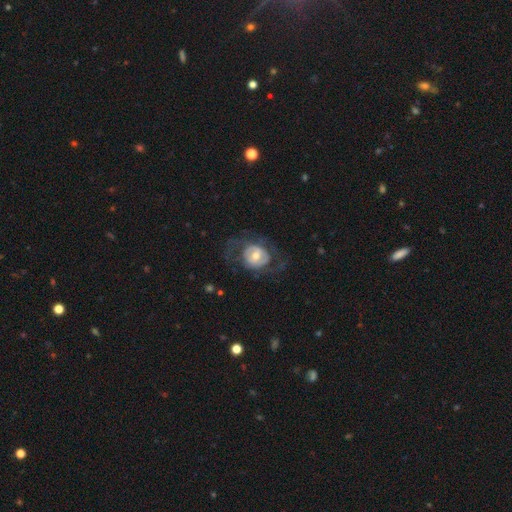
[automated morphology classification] This is possibly a featured or disk galaxy (60%). It is clearly not viewed edge-on (96%). Bar: likely no (60%). Spiral arm pattern: possibly no (53%). Central bulge: likely moderate (64%). Merging: possibly none (55%).